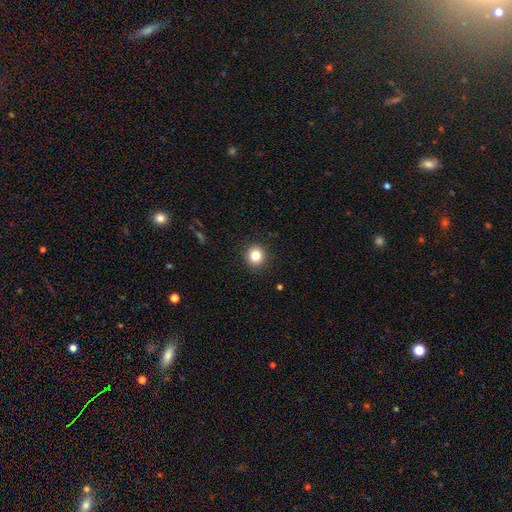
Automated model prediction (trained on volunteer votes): A smooth galaxy with no disk features (83%) that is round (92%). Merging: none (92%).